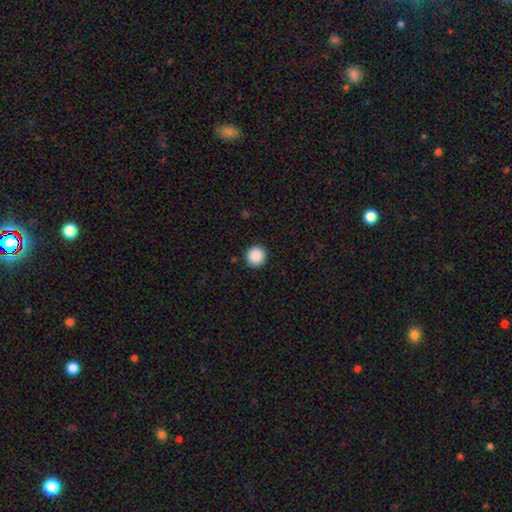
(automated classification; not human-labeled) Smooth or featured?
  - smooth: 89% *
  - star or artifact: 9%
  - featured or disk: 2%
How rounded?
  - round: 93% *
  - in between: 6%
  - cigar-shaped: 1%
Merging?
  - none: 92% *
  - minor disturbance: 5%
  - major disturbance: 2%
  - merger: 1%